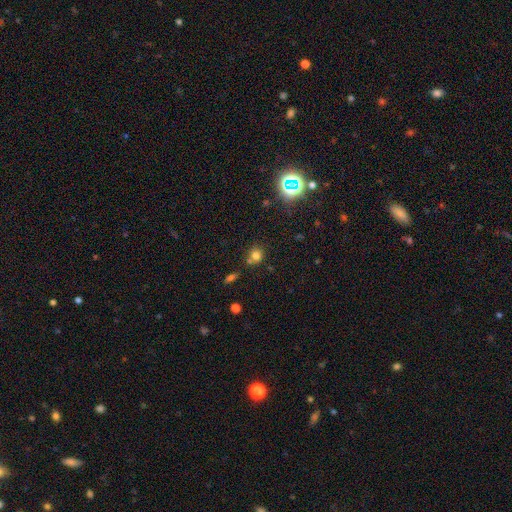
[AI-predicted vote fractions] Smooth or featured? smooth (72%)
How rounded? round (83%)
Merging? none (62%)